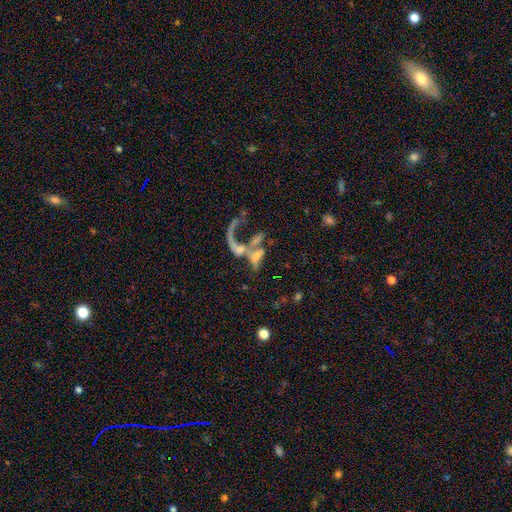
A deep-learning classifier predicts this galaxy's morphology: Smooth or featured? Predicted: featured or disk (p=0.60). Edge-on disk? Predicted: no (p=0.91). Bar? Predicted: no (p=0.70). Spiral arms? Predicted: no (p=0.58). Bulge size? Predicted: none (p=0.40). Merging? Predicted: merger (p=0.55).